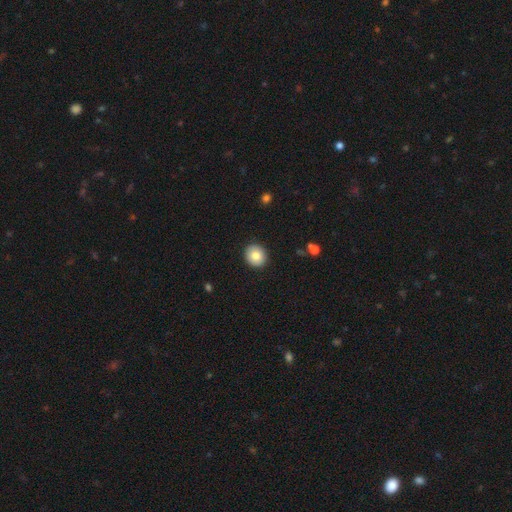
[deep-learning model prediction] smooth-or-featured: smooth: 82% | featured or disk: 10% | star or artifact: 8%
  how-rounded: round: 82% | in between: 17% | cigar-shaped: 1%
  merging: none: 91% | minor disturbance: 6% | major disturbance: 2% | merger: 1%